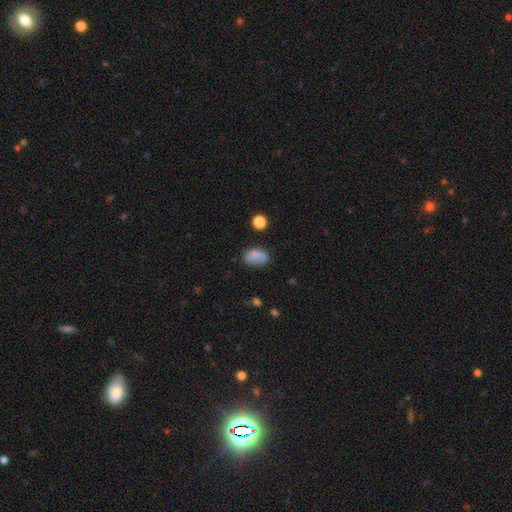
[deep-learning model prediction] This appears to be a smooth galaxy with no disk features (82%) that is in between round and cigar-shaped (88%). Merging: none (64%).